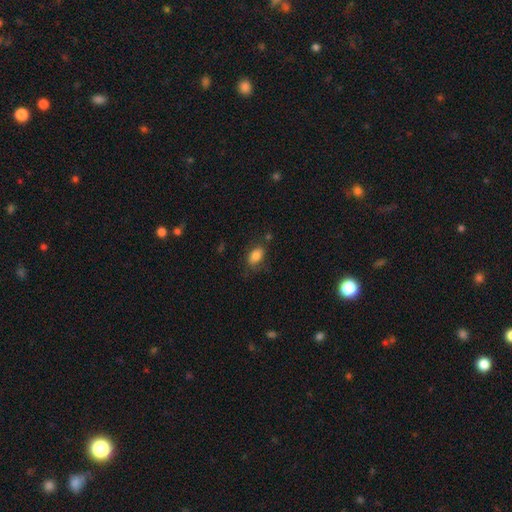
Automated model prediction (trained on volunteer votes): Morphology: type=smooth (82%); roundness=in between (88%); merging=none (70%).